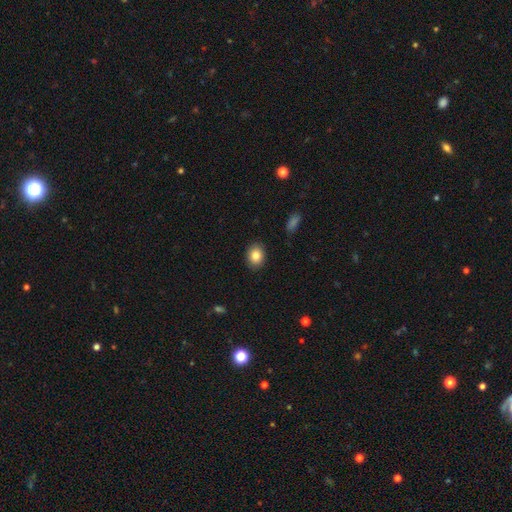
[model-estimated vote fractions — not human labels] Morphology: type=smooth (84%); roundness=in between (53%); merging=none (89%).